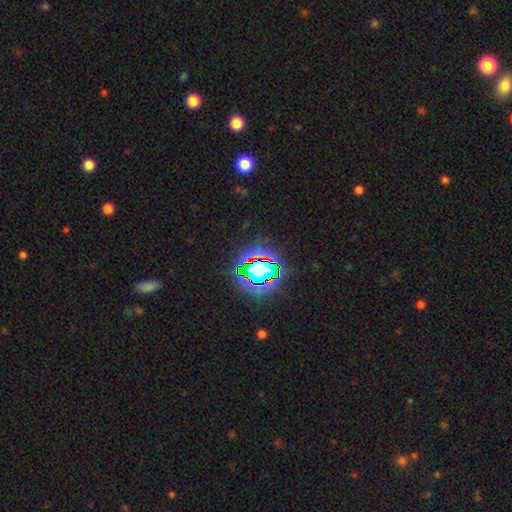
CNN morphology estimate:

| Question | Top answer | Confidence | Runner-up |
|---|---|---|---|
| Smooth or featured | star or artifact | 79% | smooth (12%) |